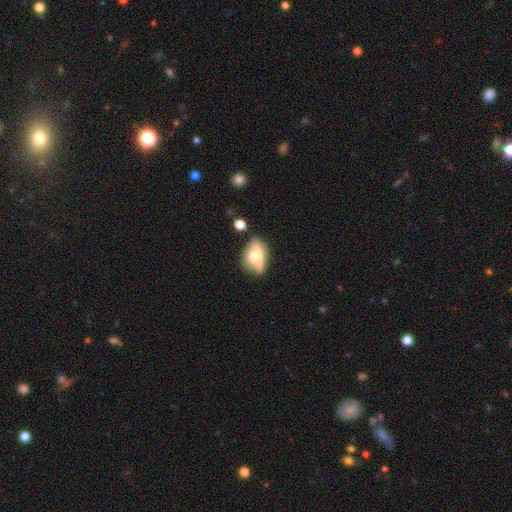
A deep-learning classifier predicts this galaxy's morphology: smooth 51%, featured or disk 40%, star or artifact 9%. Down the decision tree: how rounded — in between (79%); merging — none (59%).